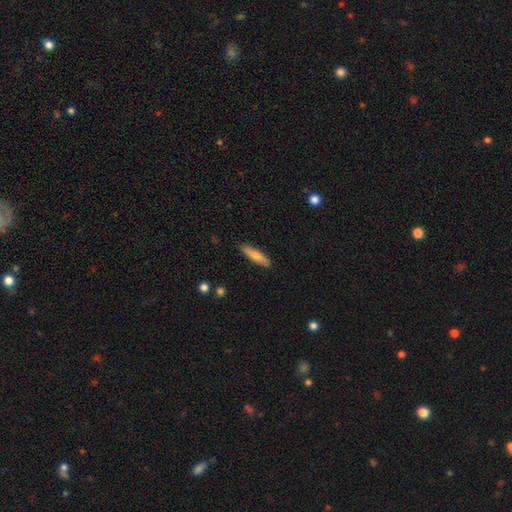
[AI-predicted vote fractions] Smooth or featured? Predicted: smooth (p=0.73). How rounded? Predicted: cigar-shaped (p=0.79). Merging? Predicted: none (p=0.88).